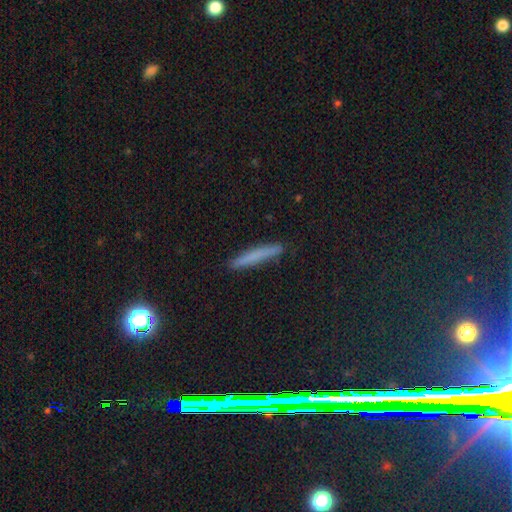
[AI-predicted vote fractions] A smooth galaxy with no disk features (67%) that is cigar-shaped (95%).

Vote fractions:
- Smooth or featured? smooth: 67% / featured or disk: 22% / star or artifact: 11%
- How rounded? cigar-shaped: 95% / in between: 3% / round: 2%
- Merging? none: 89% / minor disturbance: 8% / major disturbance: 2% / merger: 1%